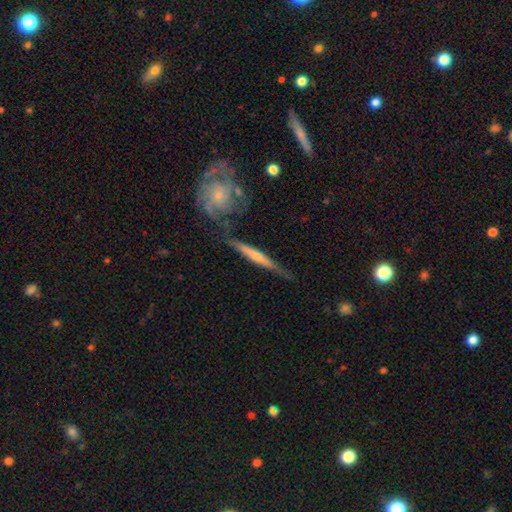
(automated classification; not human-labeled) This is possibly a featured or disk galaxy (59%). It is clearly viewed edge-on (88%). Edge-on bulge: marginally rounded (44%, tied with none). Merging: likely none (67%).